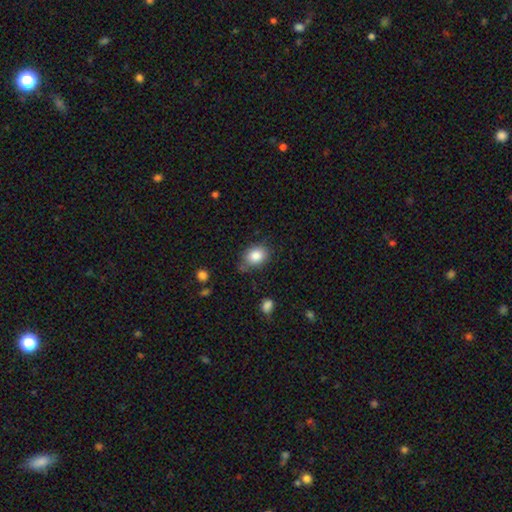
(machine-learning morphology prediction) This is clearly a smooth galaxy (85%). How rounded: likely in between (64%). Merging: likely none (71%).